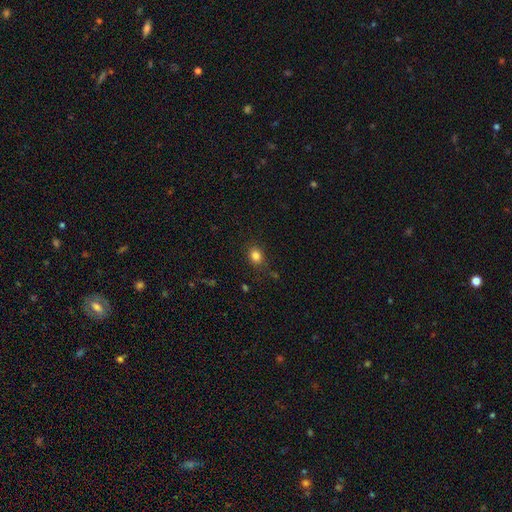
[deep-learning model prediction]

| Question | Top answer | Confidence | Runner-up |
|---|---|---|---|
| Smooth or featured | smooth | 83% | star or artifact (12%) |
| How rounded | round | 53% | in between (46%) |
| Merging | none | 83% | minor disturbance (12%) |